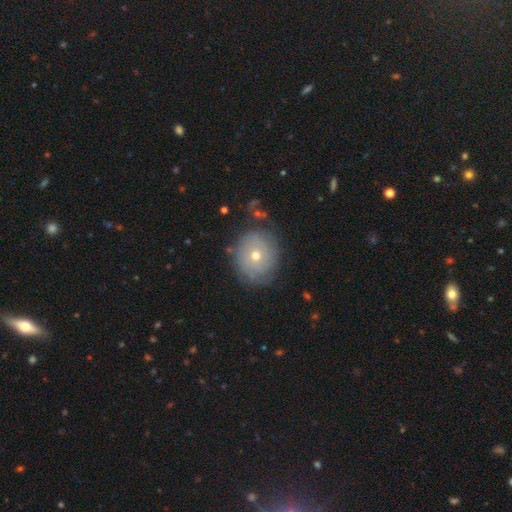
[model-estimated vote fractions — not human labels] A smooth galaxy with no disk features (45%).

Vote fractions:
- Smooth or featured? smooth: 45% / featured or disk: 44% / star or artifact: 11%
- Merging? none: 76% / minor disturbance: 16% / major disturbance: 6% / merger: 2%